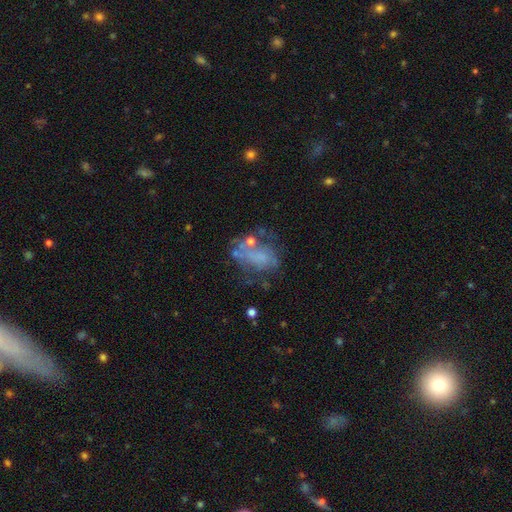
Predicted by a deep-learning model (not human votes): Smooth or featured? Predicted: featured or disk (p=0.48). Merging? Predicted: none (p=0.39).